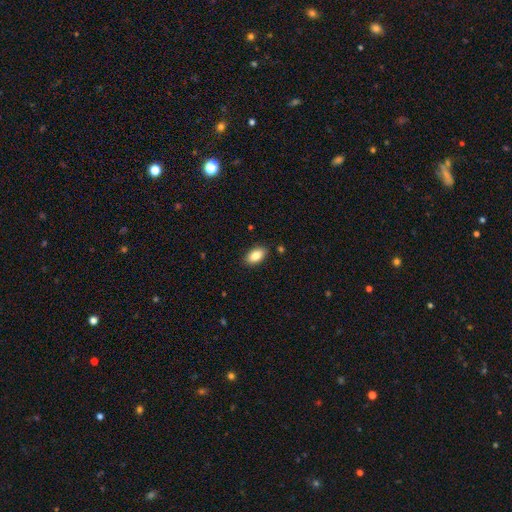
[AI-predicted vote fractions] smooth-or-featured: smooth: 86% | star or artifact: 7% | featured or disk: 7%
  how-rounded: in between: 93% | round: 5% | cigar-shaped: 2%
  merging: none: 87% | minor disturbance: 9% | major disturbance: 2% | merger: 1%